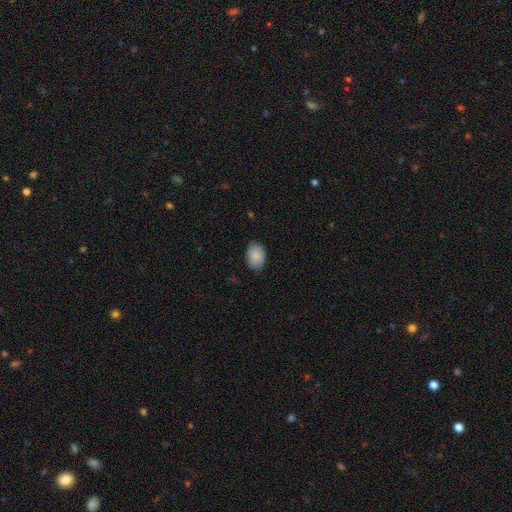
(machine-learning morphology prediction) Q: Smooth or featured?
A: smooth (87%); runner-up: star or artifact (6%)
Q: How rounded?
A: in between (77%); runner-up: round (22%)
Q: Merging?
A: none (79%); runner-up: minor disturbance (17%)